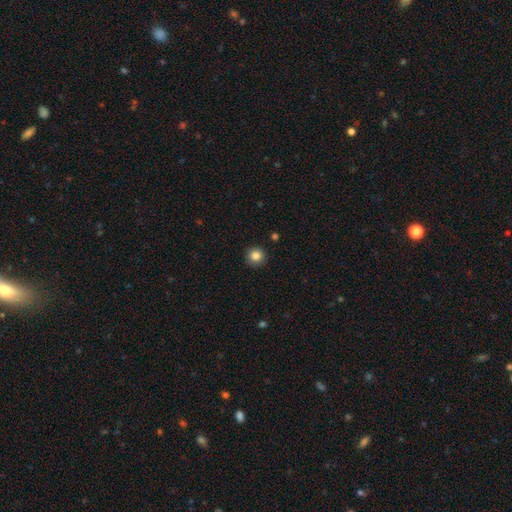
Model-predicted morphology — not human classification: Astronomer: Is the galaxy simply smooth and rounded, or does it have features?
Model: smooth — 84%.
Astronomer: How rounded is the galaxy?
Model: round — 93%.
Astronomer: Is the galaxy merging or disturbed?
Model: none — 90%.